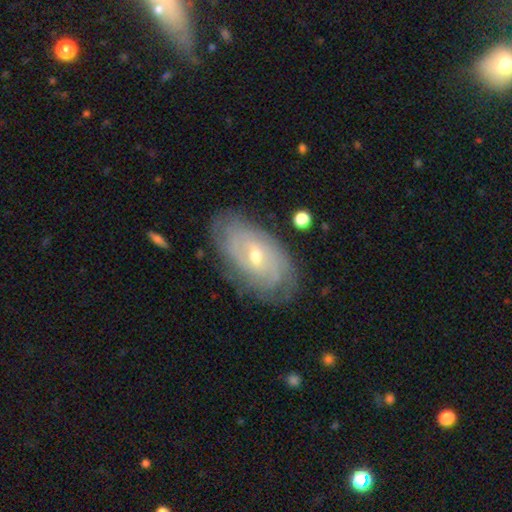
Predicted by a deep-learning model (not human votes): Overall: featured or disk (77%). Edge-on disk: no (93%). Bar: no (52%; weak 38%). Spiral arms: yes (86%). Spiral arm count: can't tell (55%; 2 18%). Spiral winding: tight (73%). Bulge size: small (50%; moderate 47%). Merging: none (77%).